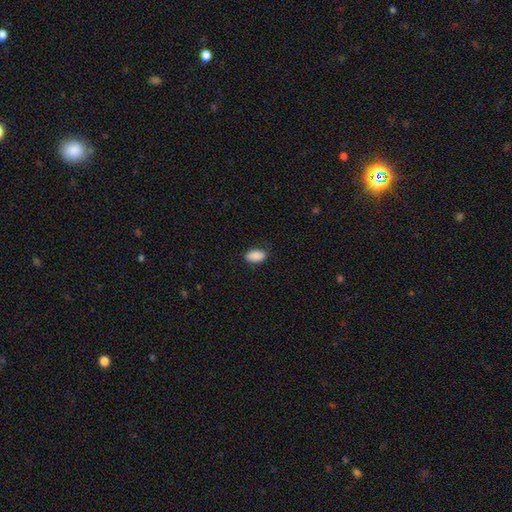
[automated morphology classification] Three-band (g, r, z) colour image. It shows a smooth galaxy with no disk features (90%) that is in between round and cigar-shaped (93%). Merging: none (85%).